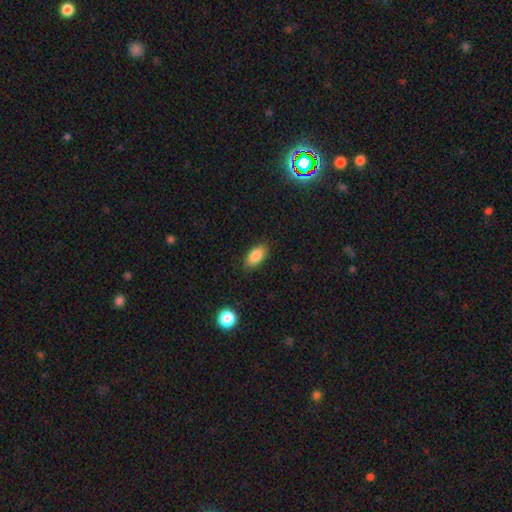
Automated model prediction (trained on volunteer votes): Overall: smooth (86%). How rounded: in between (91%). Merging: none (86%).